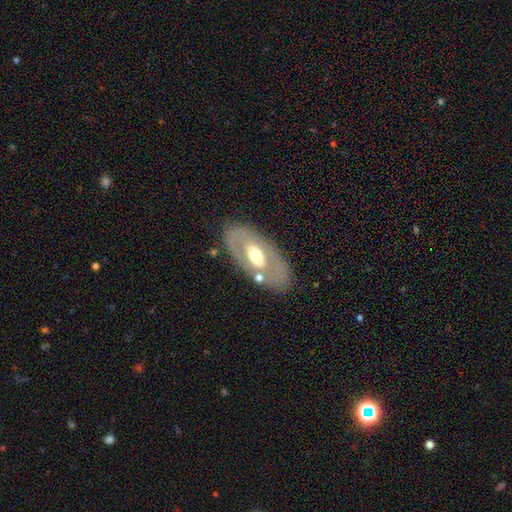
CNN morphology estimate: smooth_or_featured: featured or disk (p=0.59) [alt: smooth p=0.35]
disk_edge_on: no (p=0.85) [alt: yes p=0.15]
bar: no (p=0.66) [alt: weak p=0.21]
has_spiral_arms: no (p=0.87) [alt: yes p=0.13]
bulge_size: moderate (p=0.67) [alt: large p=0.19]
merging: none (p=0.78) [alt: minor disturbance p=0.12]